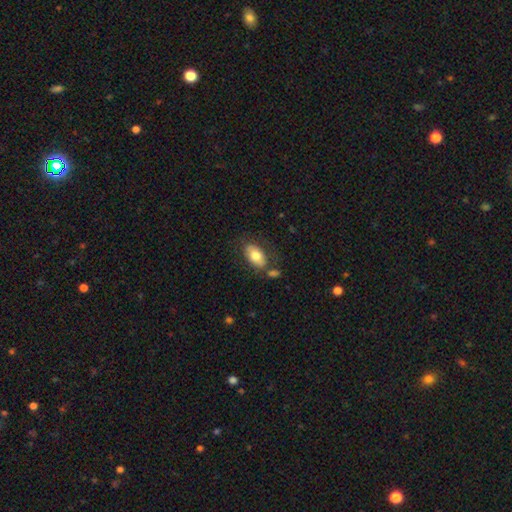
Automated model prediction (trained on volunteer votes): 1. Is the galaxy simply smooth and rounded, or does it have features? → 74% smooth, 19% featured or disk, 7% star or artifact.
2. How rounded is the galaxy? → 92% in between, 5% round, 3% cigar-shaped.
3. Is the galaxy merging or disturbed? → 64% none, 16% minor disturbance, 13% merger, 6% major disturbance.